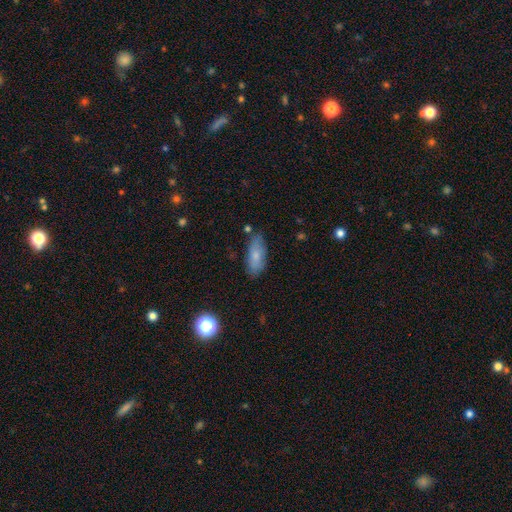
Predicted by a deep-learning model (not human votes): Smooth or featured? smooth (76%)
How rounded? in between (80%)
Merging? none (75%)